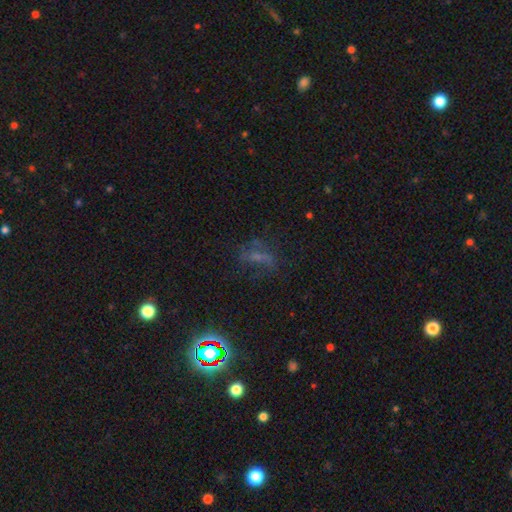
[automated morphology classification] Smooth or featured? smooth (35%)
Merging? none (47%)